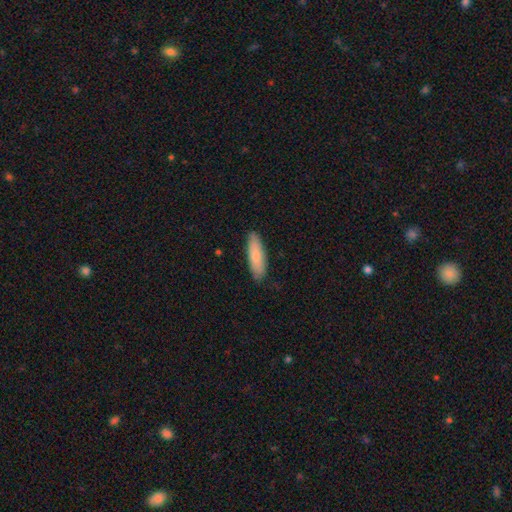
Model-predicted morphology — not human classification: Smooth or featured: smooth — 80% (featured or disk — 15%)
How rounded: cigar-shaped — 54% (in between — 44%)
Merging: none — 86% (minor disturbance — 11%)